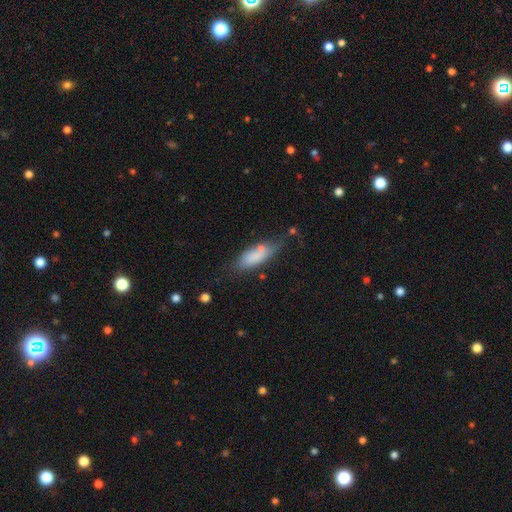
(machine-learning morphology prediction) The model was most divided on "merging": none: 55%, minor disturbance: 27%, major disturbance: 10%, merger: 8%. More confident: smooth or featured — smooth (75%); how rounded — in between (63%).